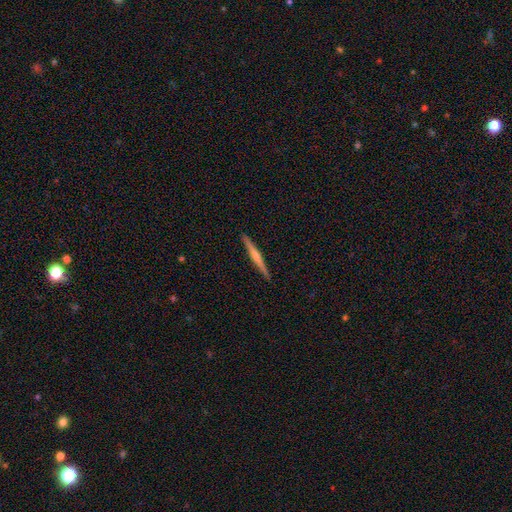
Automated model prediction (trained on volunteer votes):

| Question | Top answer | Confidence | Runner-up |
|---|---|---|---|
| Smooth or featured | featured or disk | 56% | smooth (39%) |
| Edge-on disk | yes | 98% | no (2%) |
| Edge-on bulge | rounded | 53% | none (36%) |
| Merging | none | 92% | minor disturbance (6%) |